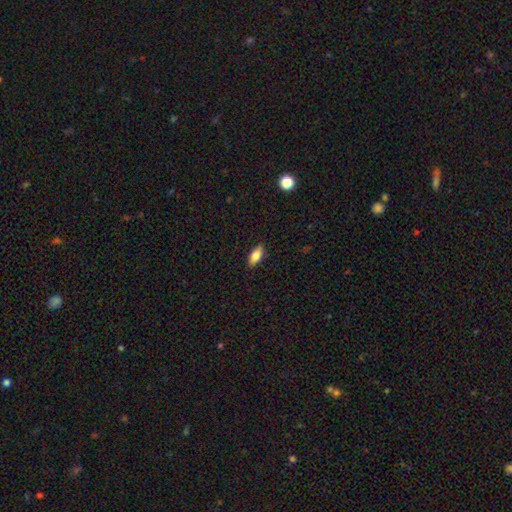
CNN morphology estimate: This is likely a smooth galaxy (78%). How rounded: clearly in between (83%). Merging: clearly none (86%).